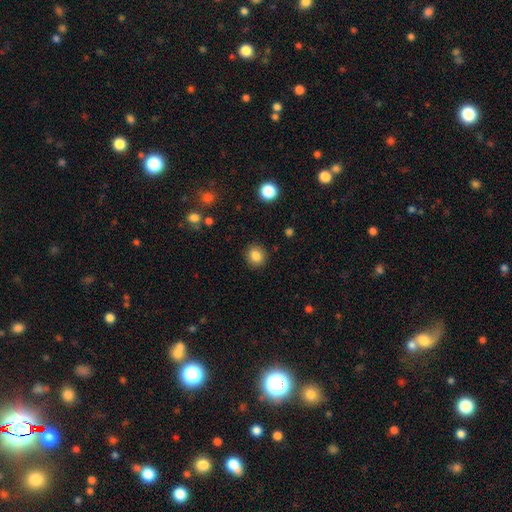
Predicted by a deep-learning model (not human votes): smooth 85%, star or artifact 10%, featured or disk 5%. Down the decision tree: how rounded — round (82%); merging — none (90%).